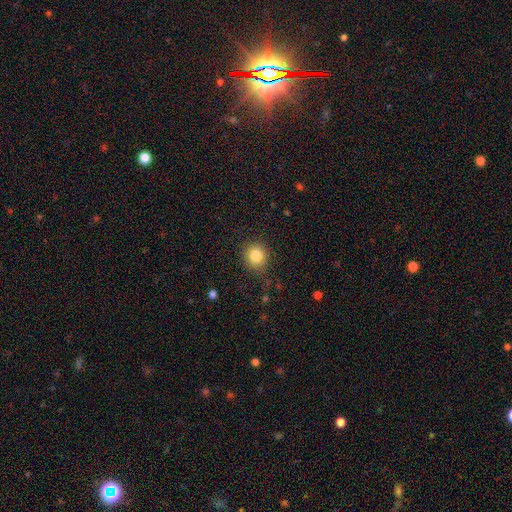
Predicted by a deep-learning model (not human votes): The model was most divided on "smooth or featured": smooth: 83%, star or artifact: 11%, featured or disk: 6%. More confident: how rounded — round (90%); merging — none (86%).